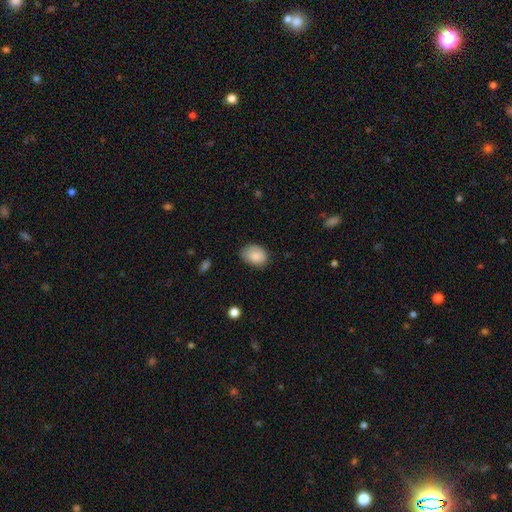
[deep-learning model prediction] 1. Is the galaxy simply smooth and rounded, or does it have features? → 84% smooth, 9% featured or disk, 7% star or artifact.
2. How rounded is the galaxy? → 73% in between, 26% round, 1% cigar-shaped.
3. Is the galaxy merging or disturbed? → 70% none, 23% minor disturbance, 5% major disturbance, 1% merger.